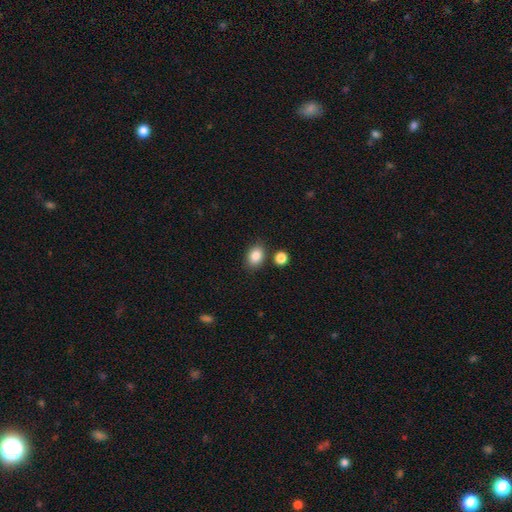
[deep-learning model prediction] The model was most divided on "how rounded": in between: 68%, round: 30%, cigar-shaped: 1%. More confident: smooth or featured — smooth (86%); merging — none (80%).